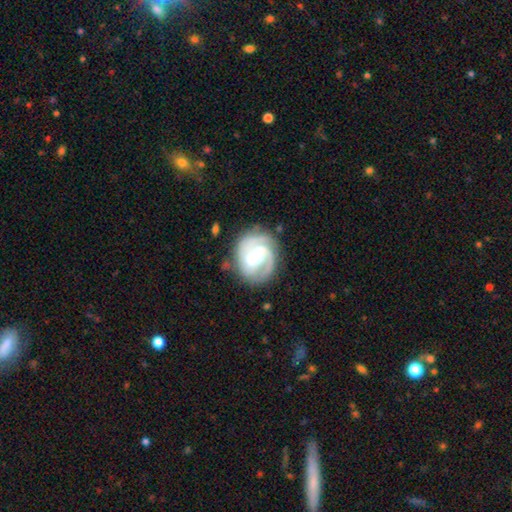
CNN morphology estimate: featured or disk 89%, smooth 7%, star or artifact 4%. Down the decision tree: edge-on disk — no (98%); bar — weak (51%); spiral arms — yes (97%); spiral arm count — 2 (59%); spiral winding — tight (47%); bulge size — moderate (64%); merging — none (77%).